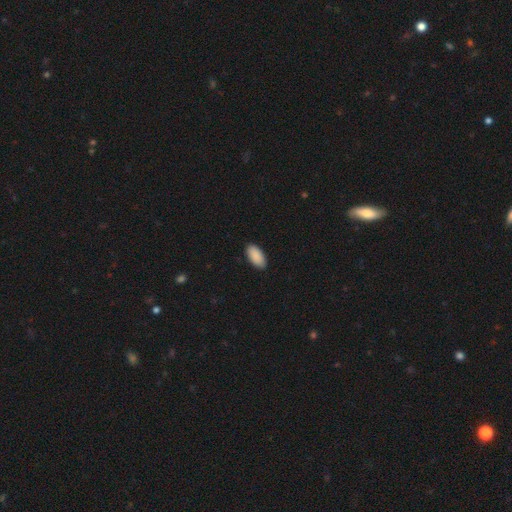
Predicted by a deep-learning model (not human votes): Overall: smooth (91%). How rounded: in between (94%). Merging: none (89%).